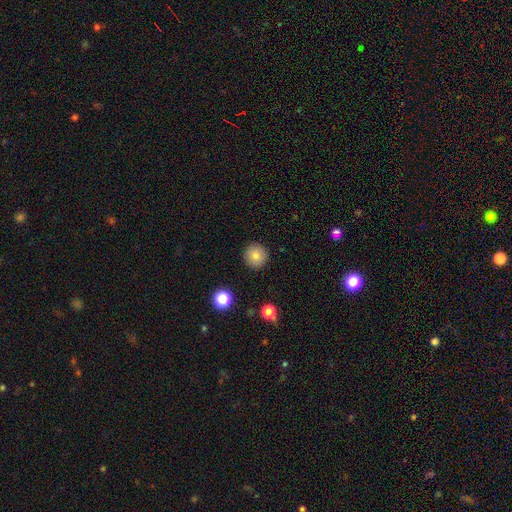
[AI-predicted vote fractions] Smooth or featured? smooth (83%)
How rounded? round (95%)
Merging? none (91%)